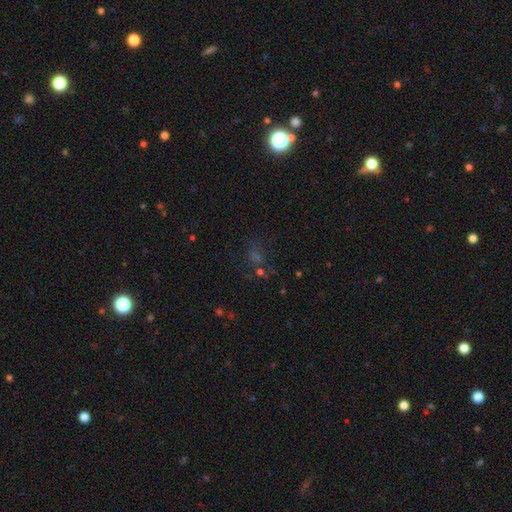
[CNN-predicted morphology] Smooth or featured?
  - star or artifact: 50% *
  - smooth: 35%
  - featured or disk: 15%